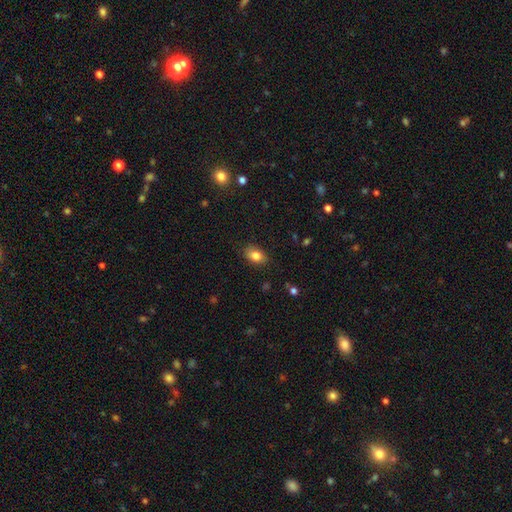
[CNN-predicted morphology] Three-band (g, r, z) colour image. It shows a smooth galaxy with no disk features (84%) that is in between round and cigar-shaped (83%). Merging: none (85%).